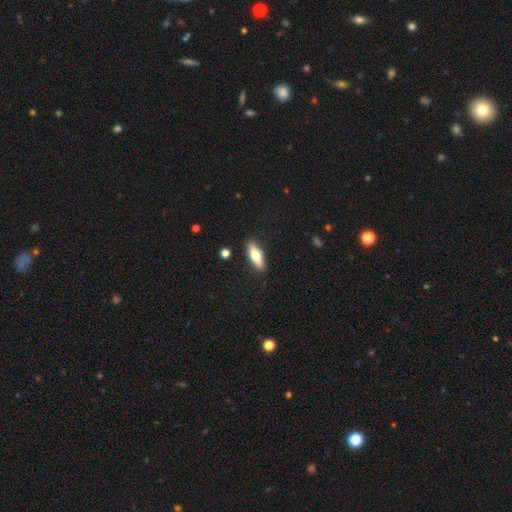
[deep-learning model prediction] This is likely a smooth galaxy (68%). How rounded: possibly in between (57%). Merging: clearly none (89%).